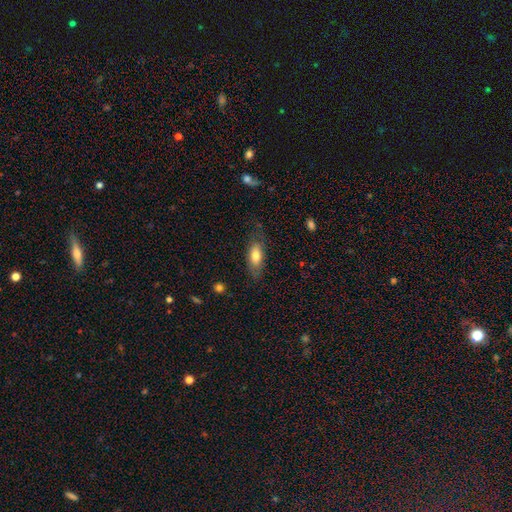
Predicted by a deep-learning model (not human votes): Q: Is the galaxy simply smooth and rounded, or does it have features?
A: smooth — 73%.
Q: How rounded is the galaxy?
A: in between — 80%.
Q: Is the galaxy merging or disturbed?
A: none — 69%.